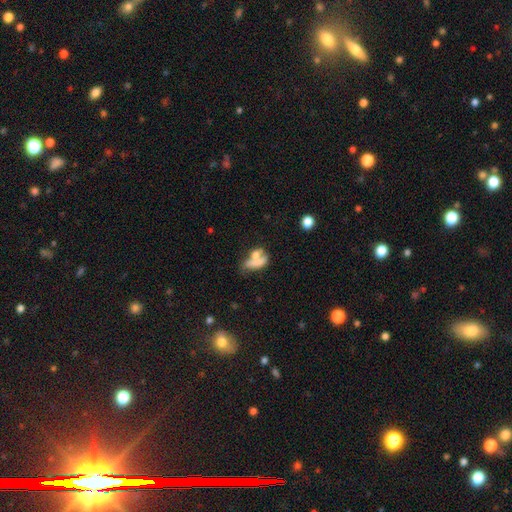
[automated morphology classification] smooth 64%, featured or disk 25%, star or artifact 11%. Down the decision tree: how rounded — in between (63%); merging — merger (48%).